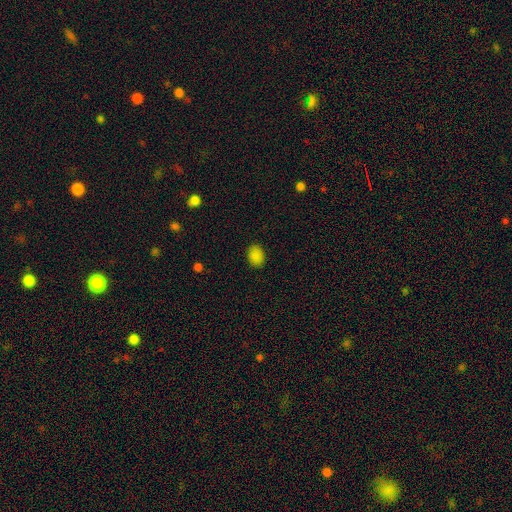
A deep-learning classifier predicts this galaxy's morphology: Smooth or featured: smooth — 85% (star or artifact — 11%)
How rounded: in between — 72% (round — 27%)
Merging: none — 87% (minor disturbance — 10%)